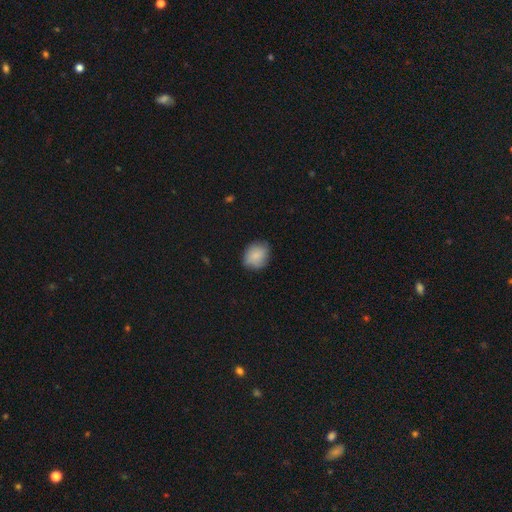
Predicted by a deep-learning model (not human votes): Smooth or featured: smooth — 85% (featured or disk — 8%)
How rounded: round — 60% (in between — 39%)
Merging: none — 78% (minor disturbance — 17%)